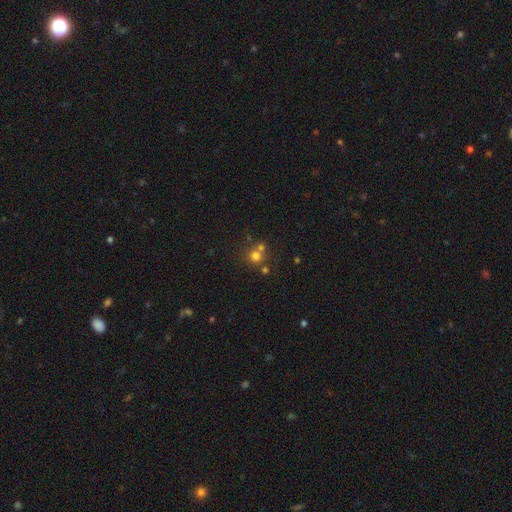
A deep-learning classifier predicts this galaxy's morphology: The model was most divided on "merging": none: 56%, merger: 34%, minor disturbance: 7%, major disturbance: 3%. More confident: how rounded — round (90%); smooth or featured — smooth (71%).